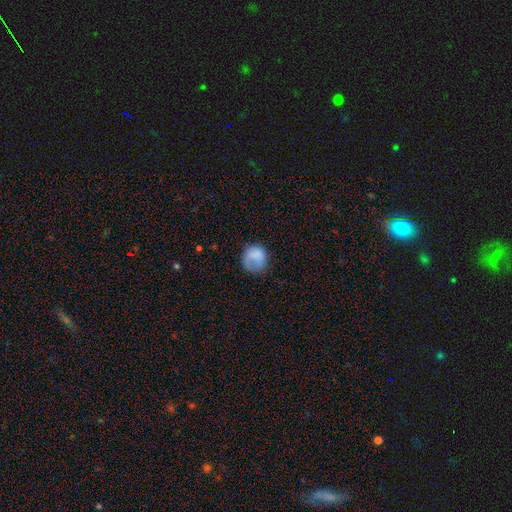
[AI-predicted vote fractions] Q: Smooth or featured?
A: smooth (76%); runner-up: featured or disk (16%)
Q: How rounded?
A: round (80%); runner-up: in between (19%)
Q: Merging?
A: none (53%); runner-up: minor disturbance (25%)